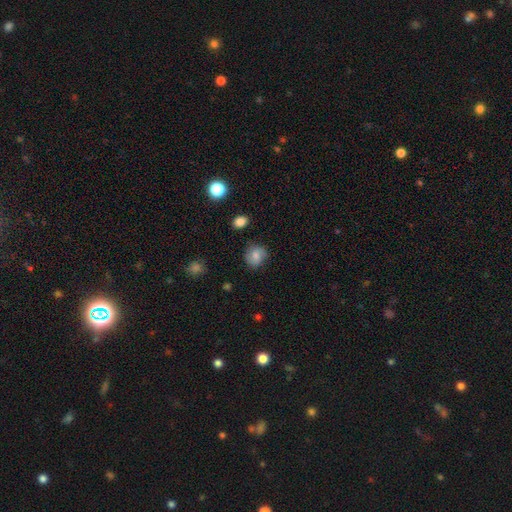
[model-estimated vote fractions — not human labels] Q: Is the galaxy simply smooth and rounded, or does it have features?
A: smooth — 62%.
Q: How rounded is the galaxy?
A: round — 78%.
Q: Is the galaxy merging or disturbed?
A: none — 77%.